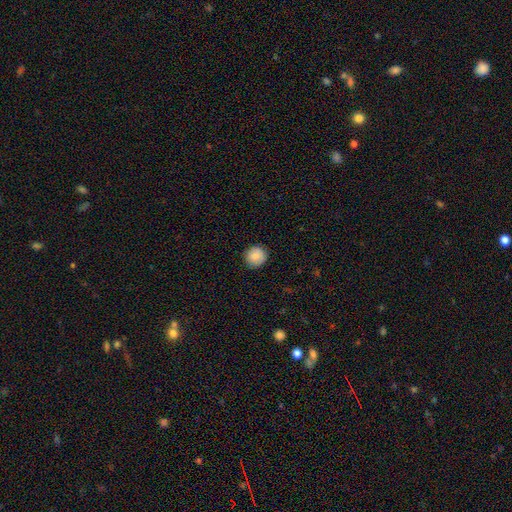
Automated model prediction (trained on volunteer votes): smooth 86%, star or artifact 8%, featured or disk 6%. Down the decision tree: how rounded — round (91%); merging — none (87%).